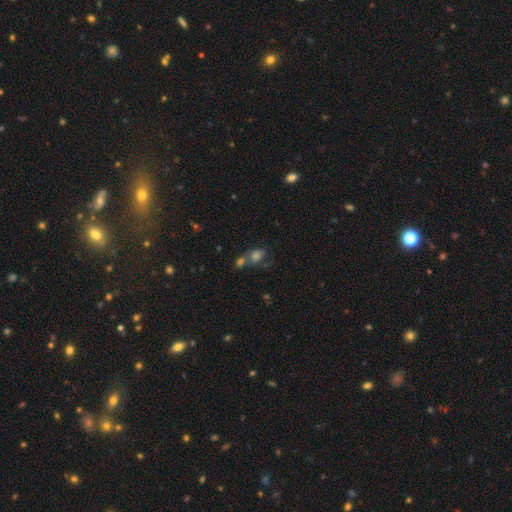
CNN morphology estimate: Smooth or featured?
  - smooth: 55% *
  - star or artifact: 25%
  - featured or disk: 20%
How rounded?
  - round: 49% * (tied)
  - in between: 49% * (tied)
  - cigar-shaped: 2%
Merging?
  - none: 40% *
  - merger: 37%
  - minor disturbance: 13%
  - major disturbance: 10%